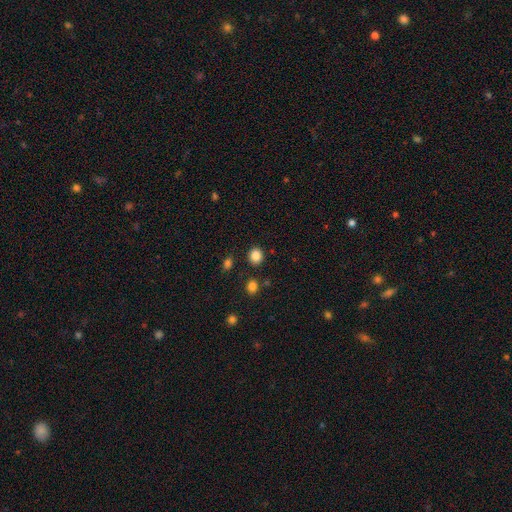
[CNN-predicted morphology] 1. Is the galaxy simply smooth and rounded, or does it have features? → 86% smooth, 10% star or artifact, 4% featured or disk.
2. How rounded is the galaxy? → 78% round, 21% in between, 1% cigar-shaped.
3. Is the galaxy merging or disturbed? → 87% none, 7% minor disturbance, 4% merger, 2% major disturbance.